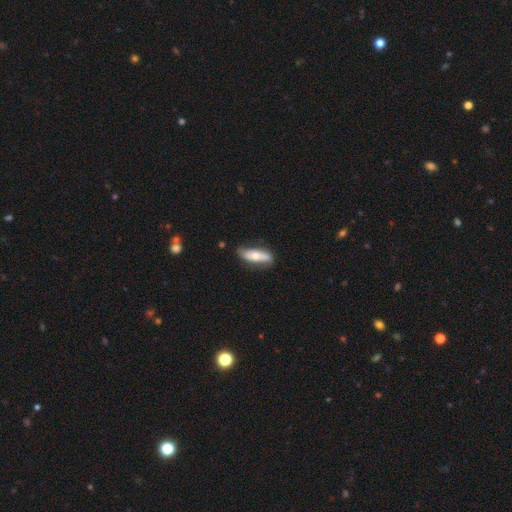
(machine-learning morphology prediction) A smooth galaxy with no disk features (54%) that is in between round and cigar-shaped (57%). Merging: none (72%).